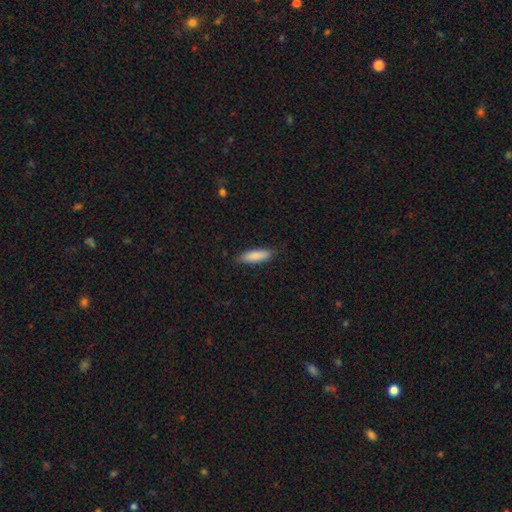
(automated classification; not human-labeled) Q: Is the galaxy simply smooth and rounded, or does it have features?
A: smooth — 86%.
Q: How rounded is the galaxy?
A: cigar-shaped — 52%.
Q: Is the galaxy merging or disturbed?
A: none — 83%.